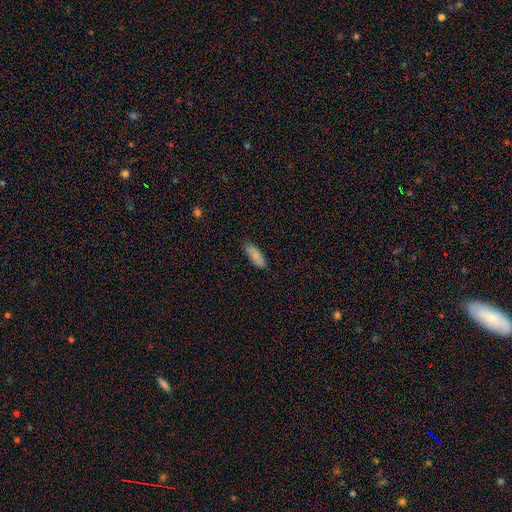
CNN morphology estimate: smooth_or_featured: smooth (p=0.82) [alt: featured or disk p=0.11]
how_rounded: in between (p=0.70) [alt: cigar-shaped p=0.29]
merging: none (p=0.78) [alt: minor disturbance p=0.18]